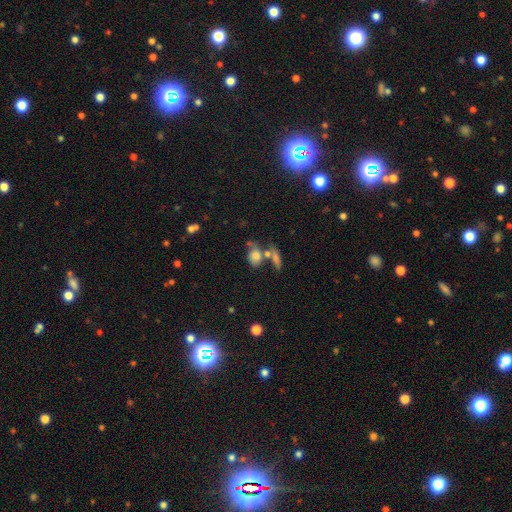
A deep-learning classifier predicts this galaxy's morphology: Smooth or featured? smooth (68%)
How rounded? in between (61%)
Merging? none (37%)